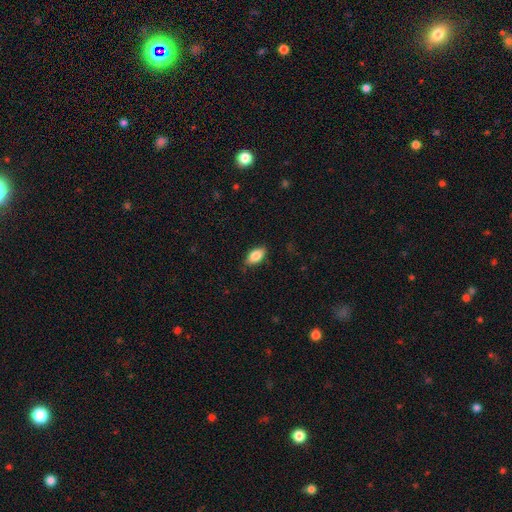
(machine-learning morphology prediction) Overall: smooth (84%). How rounded: in between (90%). Merging: none (82%).